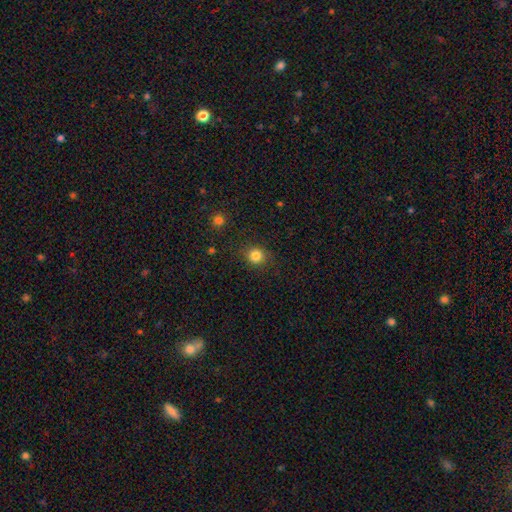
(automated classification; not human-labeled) Smooth or featured? smooth (83%)
How rounded? round (87%)
Merging? none (86%)